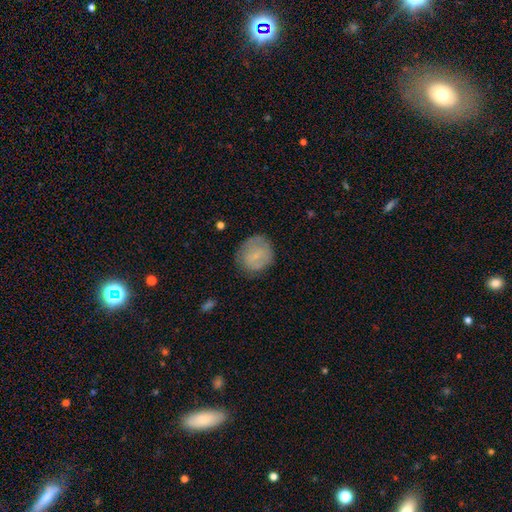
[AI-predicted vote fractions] Smooth or featured? Predicted: smooth (p=0.63). How rounded? Predicted: round (p=0.79). Merging? Predicted: none (p=0.71).